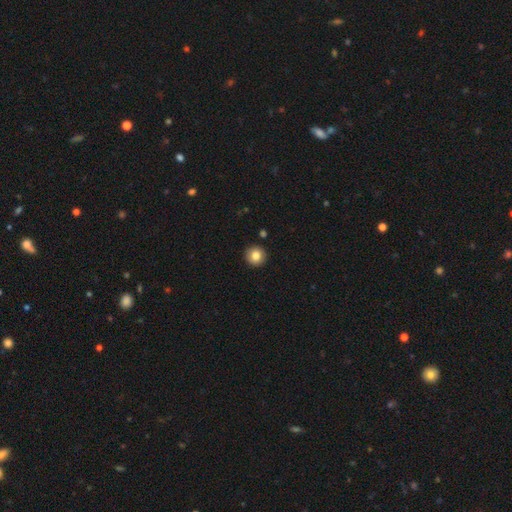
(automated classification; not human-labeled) smooth_or_featured: smooth (p=0.83) [alt: star or artifact p=0.10]
how_rounded: round (p=0.95) [alt: in between p=0.04]
merging: none (p=0.92) [alt: minor disturbance p=0.05]